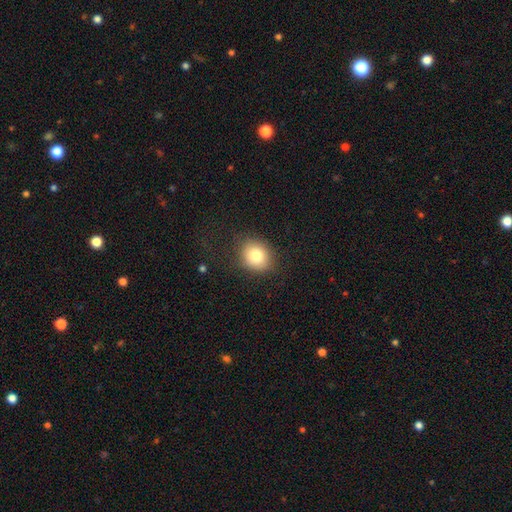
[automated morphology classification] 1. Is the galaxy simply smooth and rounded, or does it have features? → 81% smooth, 10% star or artifact, 9% featured or disk.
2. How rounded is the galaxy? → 61% round, 38% in between, 1% cigar-shaped.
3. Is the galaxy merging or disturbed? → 82% none, 12% minor disturbance, 5% major disturbance, 1% merger.